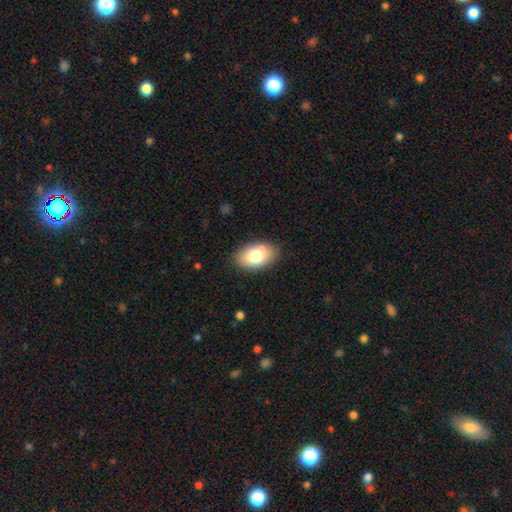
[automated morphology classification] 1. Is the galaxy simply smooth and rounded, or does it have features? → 77% smooth, 16% featured or disk, 8% star or artifact.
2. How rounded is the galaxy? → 91% in between, 8% round, 1% cigar-shaped.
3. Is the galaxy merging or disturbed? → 84% none, 12% minor disturbance, 3% major disturbance, 1% merger.